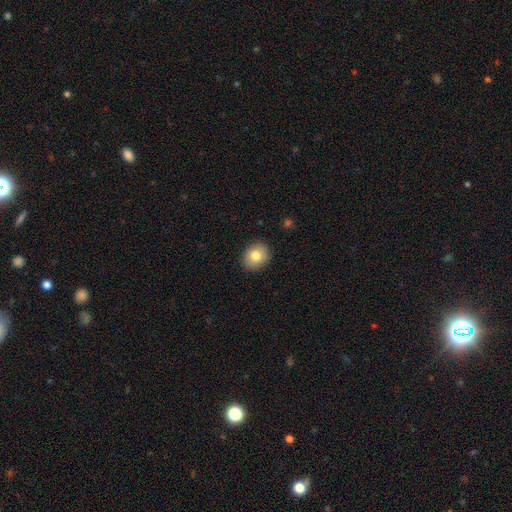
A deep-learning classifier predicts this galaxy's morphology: Q: Smooth or featured?
A: smooth (80%); runner-up: featured or disk (11%)
Q: How rounded?
A: round (59%); runner-up: in between (40%)
Q: Merging?
A: none (90%); runner-up: minor disturbance (7%)